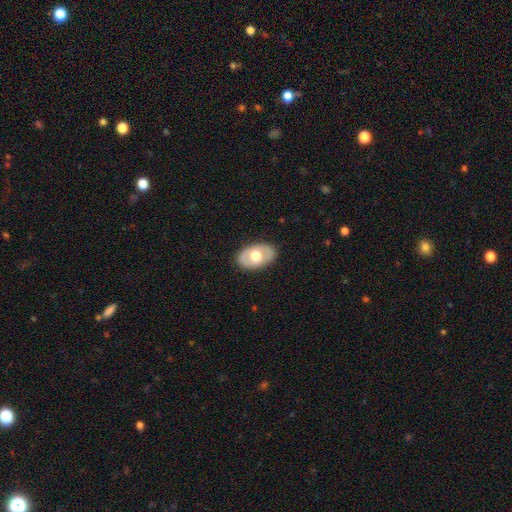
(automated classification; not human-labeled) This is possibly a smooth galaxy (53%). How rounded: clearly in between (88%). Merging: clearly none (85%).